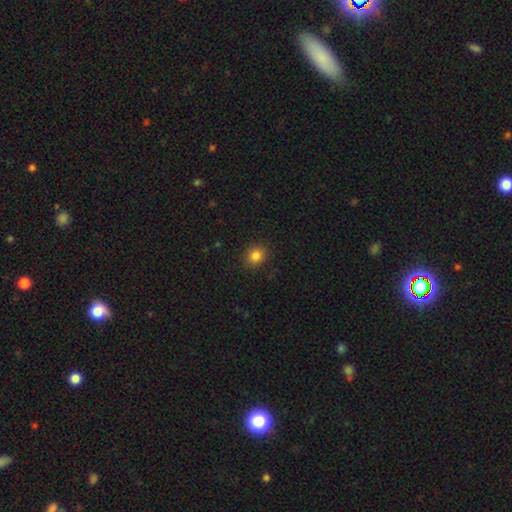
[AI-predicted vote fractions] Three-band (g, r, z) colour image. It shows a smooth galaxy with no disk features (84%) that is round (66%). Merging: none (88%).